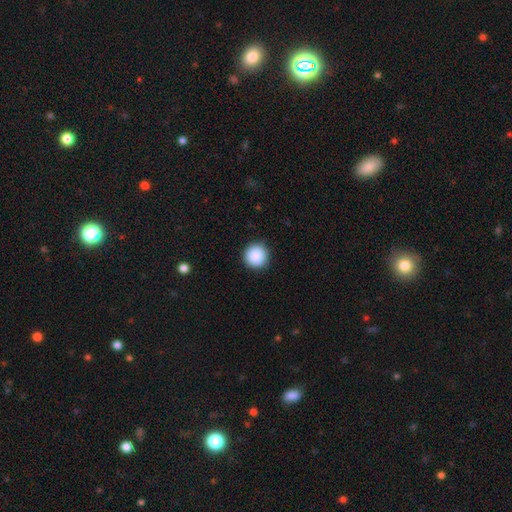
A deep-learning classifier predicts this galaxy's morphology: Smooth or featured? Predicted: smooth (p=0.88). How rounded? Predicted: round (p=0.96). Merging? Predicted: none (p=0.91).